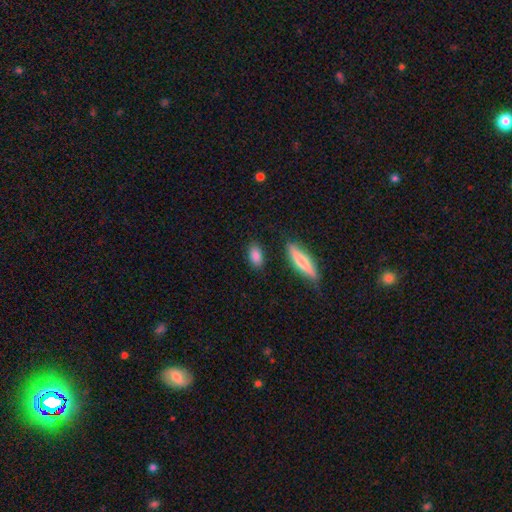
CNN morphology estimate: A smooth galaxy with no disk features (84%) that is in between round and cigar-shaped (84%). Merging: none (83%).